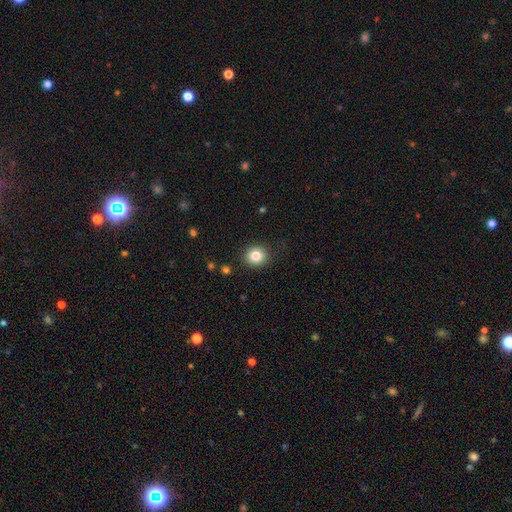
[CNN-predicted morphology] This appears to be a smooth galaxy with no disk features (84%) that is round (84%). Merging: none (89%).